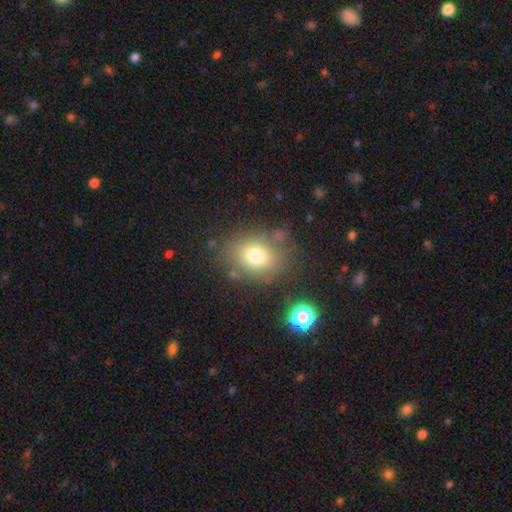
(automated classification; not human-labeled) Morphology: type=smooth (75%); roundness=in between (53%); merging=none (75%).